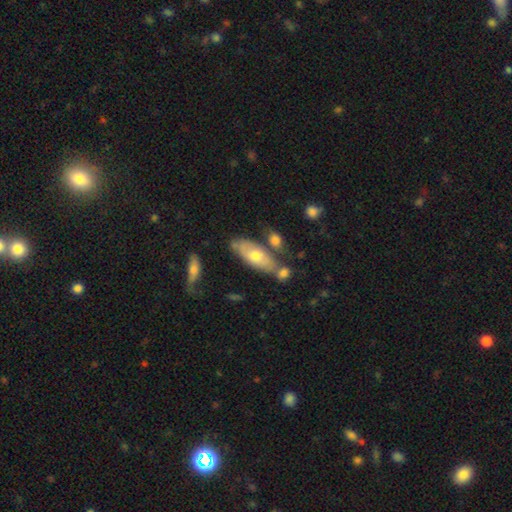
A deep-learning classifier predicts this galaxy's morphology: smooth_or_featured: smooth (p=0.56) [alt: featured or disk p=0.37]
how_rounded: in between (p=0.74) [alt: cigar-shaped p=0.23]
merging: none (p=0.62) [alt: minor disturbance p=0.17]